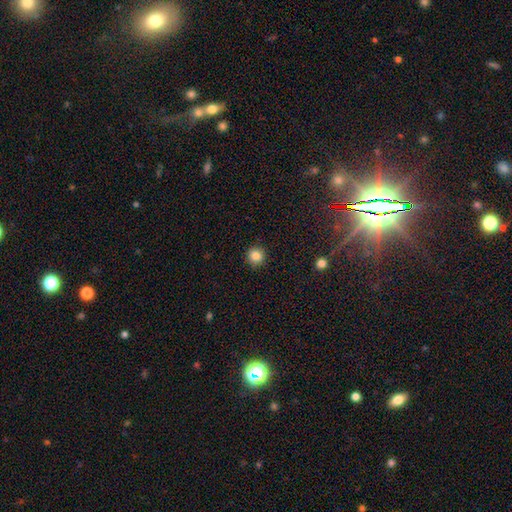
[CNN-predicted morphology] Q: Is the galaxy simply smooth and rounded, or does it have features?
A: smooth — 85%.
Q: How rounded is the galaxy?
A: round — 93%.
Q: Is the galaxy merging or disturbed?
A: none — 89%.